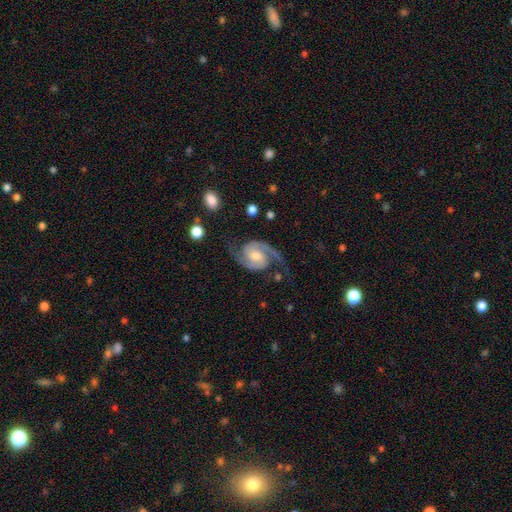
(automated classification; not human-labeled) Smooth or featured?
  - featured or disk: 93% *
  - star or artifact: 4%
  - smooth: 3%
Edge-on disk?
  - no: 98% *
  - yes: 2%
Bar?
  - no: 53% *
  - weak: 36%
  - strong: 10%
Spiral arms?
  - yes: 98% *
  - no: 2%
Spiral winding?
  - medium: 57% *
  - tight: 22%
  - loose: 21%
Spiral arm count?
  - 2: 94% *
  - can't tell: 1%
  - 1: 1%
  - 3: 1%
  - 4: 1%
  - more than 4: 1%
Bulge size?
  - moderate: 62% *
  - small: 27%
  - large: 7%
  - none: 3%
  - dominant: 1%
Merging?
  - none: 76% *
  - minor disturbance: 15%
  - major disturbance: 8%
  - merger: 2%